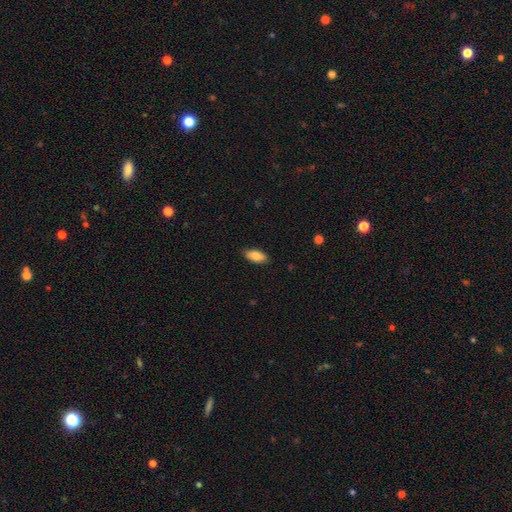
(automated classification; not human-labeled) Smooth or featured? Predicted: smooth (p=0.82). How rounded? Predicted: in between (p=0.89). Merging? Predicted: none (p=0.87).